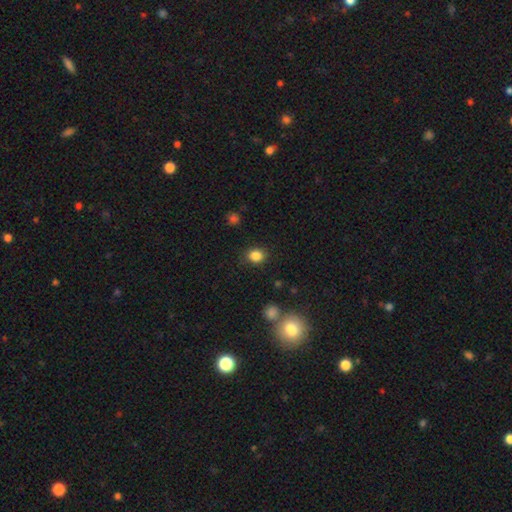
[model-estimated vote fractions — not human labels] Smooth or featured? Predicted: smooth (p=0.84). How rounded? Predicted: round (p=0.69). Merging? Predicted: none (p=0.86).